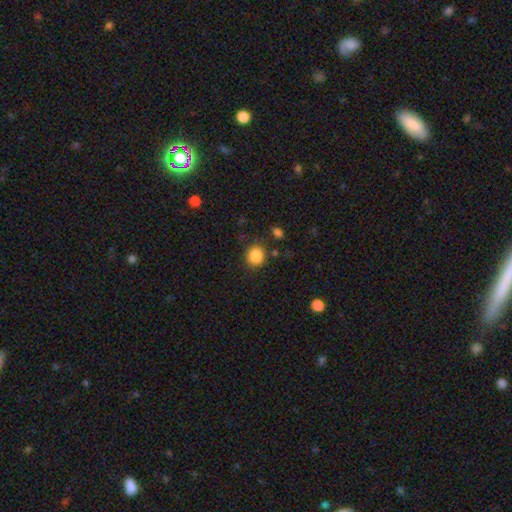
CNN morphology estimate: The model was most divided on "how rounded": round: 66%, in between: 33%, cigar-shaped: 1%. More confident: smooth or featured — smooth (87%); merging — none (78%).